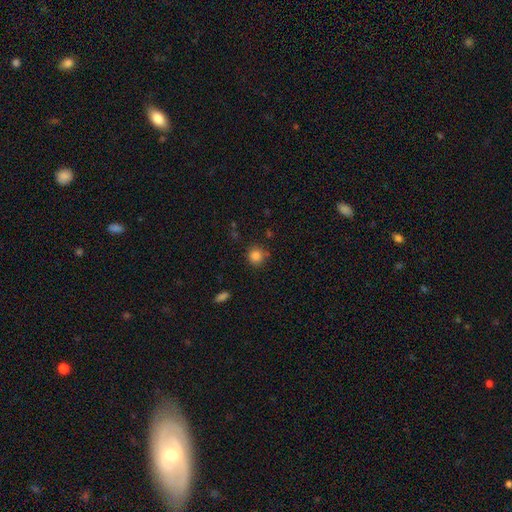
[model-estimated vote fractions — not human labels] Overall: smooth (85%). How rounded: round (91%). Merging: none (82%).